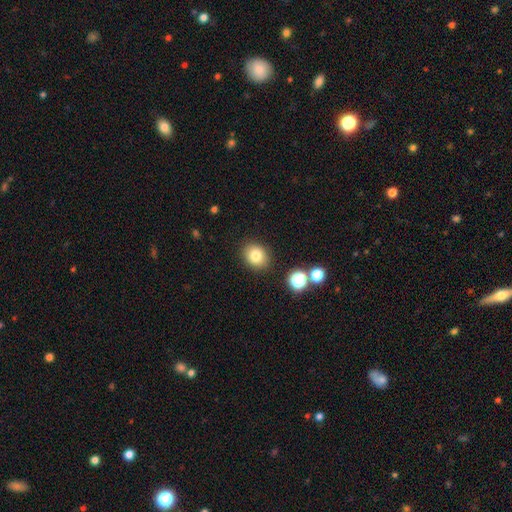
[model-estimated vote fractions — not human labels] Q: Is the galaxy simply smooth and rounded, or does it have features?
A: smooth — 81%.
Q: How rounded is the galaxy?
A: round — 61%.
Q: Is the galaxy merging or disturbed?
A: none — 86%.